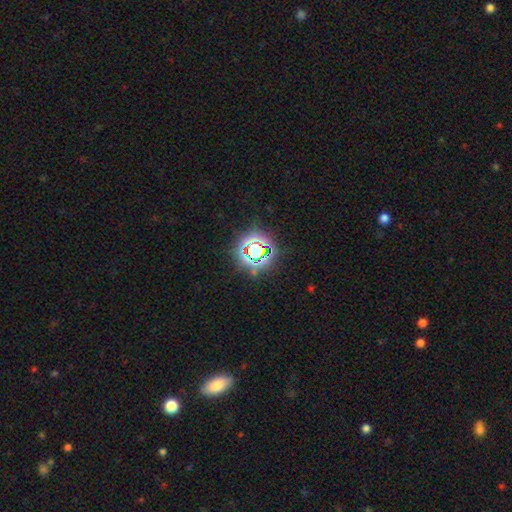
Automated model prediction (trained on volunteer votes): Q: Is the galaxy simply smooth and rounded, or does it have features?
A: star or artifact — 73%.